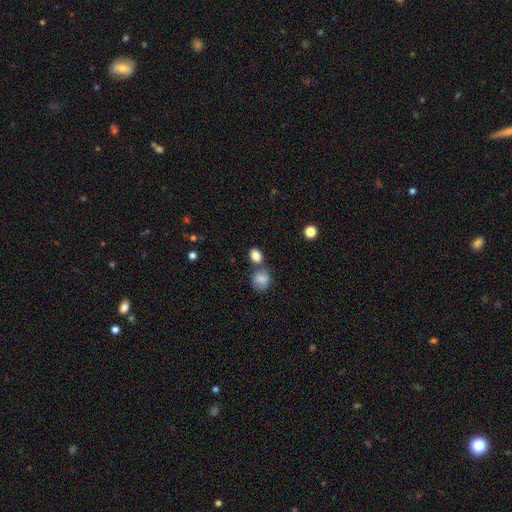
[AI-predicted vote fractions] Overall: smooth (85%). How rounded: in between (65%; round 34%). Merging: none (57%; merger 28%).